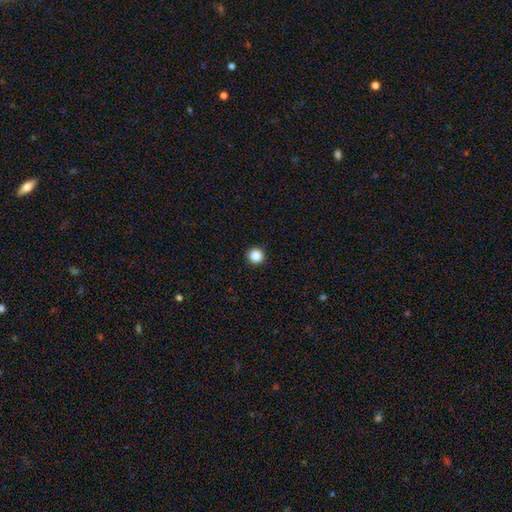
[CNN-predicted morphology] Smooth or featured?
  - smooth: 87% *
  - star or artifact: 11%
  - featured or disk: 3%
How rounded?
  - round: 96% *
  - in between: 3%
  - cigar-shaped: 1%
Merging?
  - none: 93% *
  - minor disturbance: 4%
  - major disturbance: 1%
  - merger: 1%